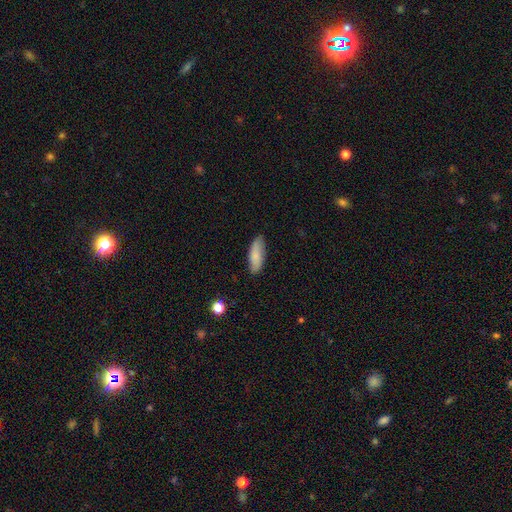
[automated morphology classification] Smooth or featured: smooth — 82% (featured or disk — 12%)
How rounded: in between — 65% (cigar-shaped — 33%)
Merging: none — 84% (minor disturbance — 13%)